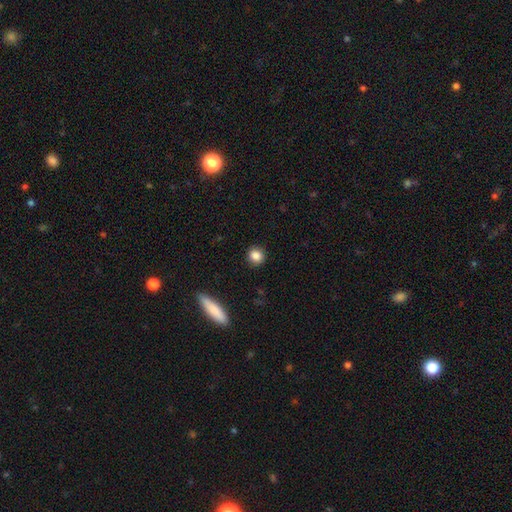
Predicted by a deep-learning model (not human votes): Morphology: type=smooth (85%); roundness=round (87%); merging=none (91%).